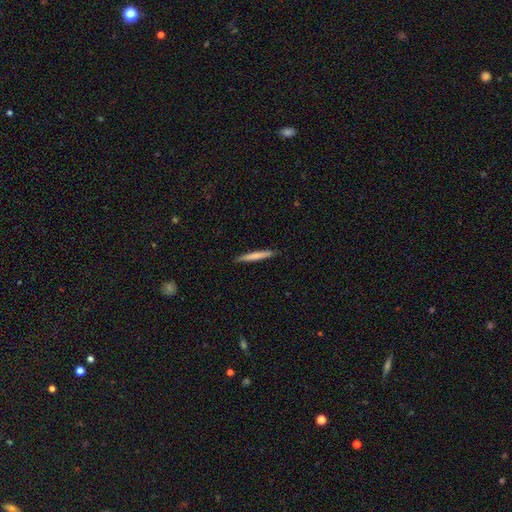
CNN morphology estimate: The model was most divided on "smooth or featured": smooth: 70%, featured or disk: 25%, star or artifact: 5%. More confident: how rounded — cigar-shaped (96%); merging — none (90%).